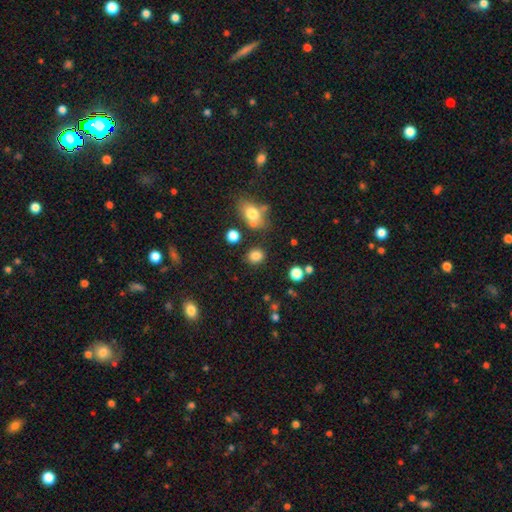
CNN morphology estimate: Smooth or featured? smooth (83%)
How rounded? round (59%)
Merging? none (80%)